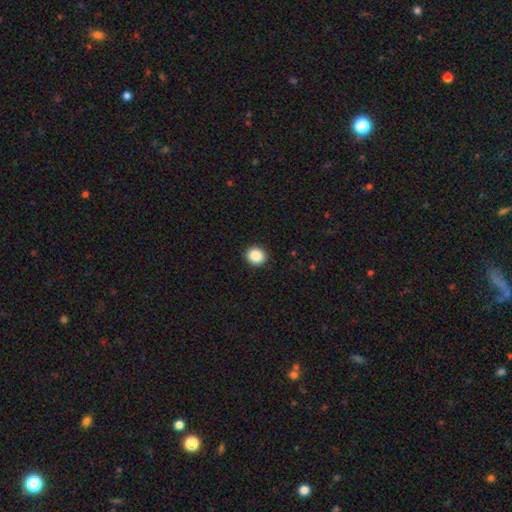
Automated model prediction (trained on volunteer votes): This is clearly a smooth galaxy (88%). How rounded: clearly round (86%). Merging: clearly none (92%).